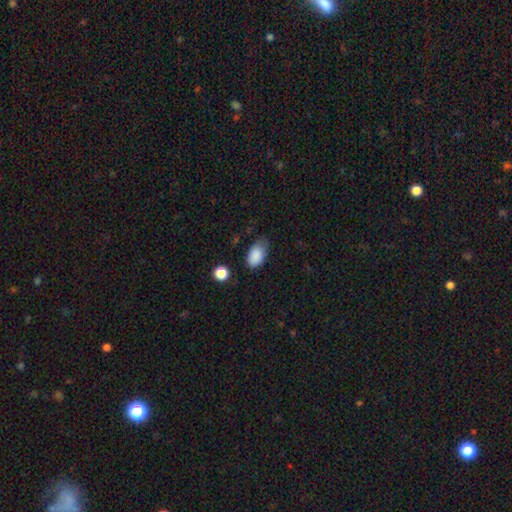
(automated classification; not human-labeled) smooth_or_featured: smooth (p=0.87) [alt: star or artifact p=0.08]
how_rounded: in between (p=0.92) [alt: round p=0.07]
merging: none (p=0.58) [alt: minor disturbance p=0.32]